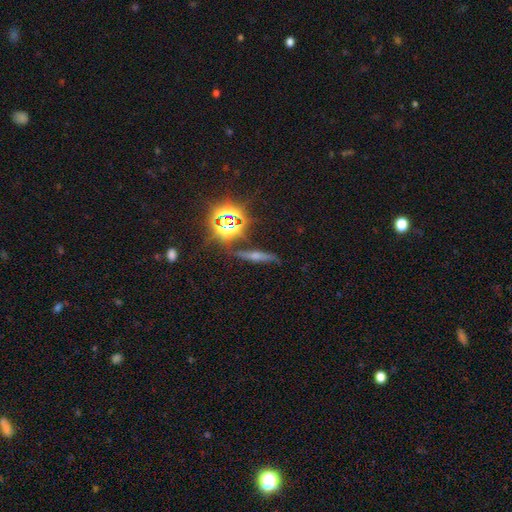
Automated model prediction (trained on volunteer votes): Q: Smooth or featured?
A: featured or disk (44%); runner-up: star or artifact (34%)
Q: Merging?
A: none (80%); runner-up: minor disturbance (11%)